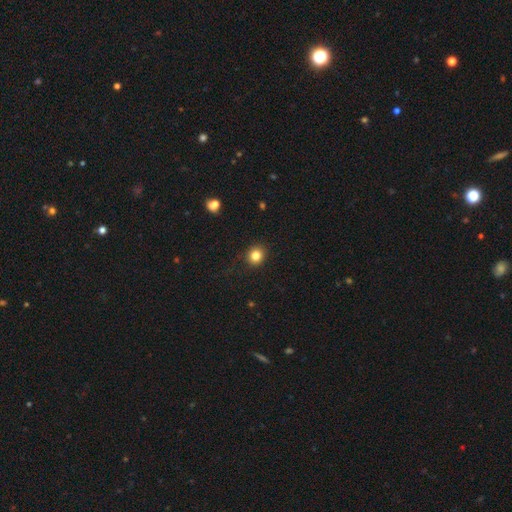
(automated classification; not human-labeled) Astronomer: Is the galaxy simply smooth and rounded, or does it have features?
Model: smooth — 83%.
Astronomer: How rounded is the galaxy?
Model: round — 82%.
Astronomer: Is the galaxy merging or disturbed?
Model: none — 89%.